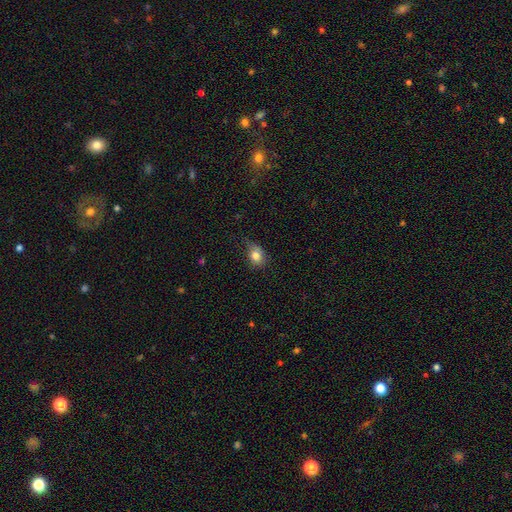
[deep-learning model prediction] Smooth or featured?
  - smooth: 80% *
  - star or artifact: 10%
  - featured or disk: 10%
How rounded?
  - in between: 54% *
  - round: 44%
  - cigar-shaped: 1%
Merging?
  - none: 53% *
  - minor disturbance: 34%
  - major disturbance: 11%
  - merger: 2%